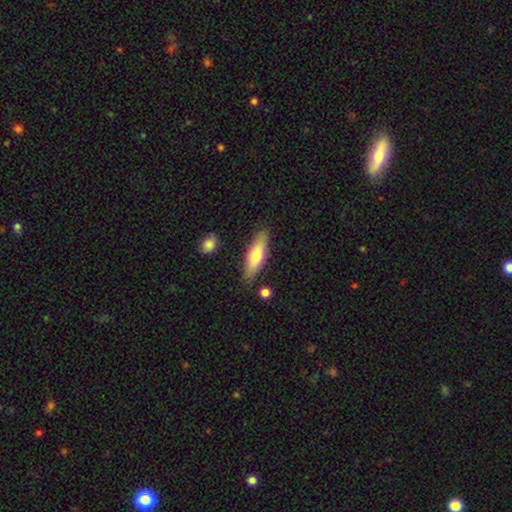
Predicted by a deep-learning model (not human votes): smooth_or_featured: smooth (p=0.64) [alt: featured or disk p=0.30]
how_rounded: cigar-shaped (p=0.59) [alt: in between p=0.39]
merging: none (p=0.84) [alt: minor disturbance p=0.11]